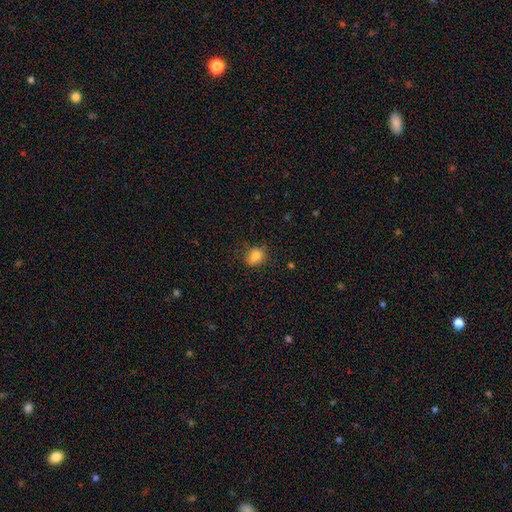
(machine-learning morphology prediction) This is likely a smooth galaxy (72%). How rounded: possibly round (50%). Merging: likely none (68%).